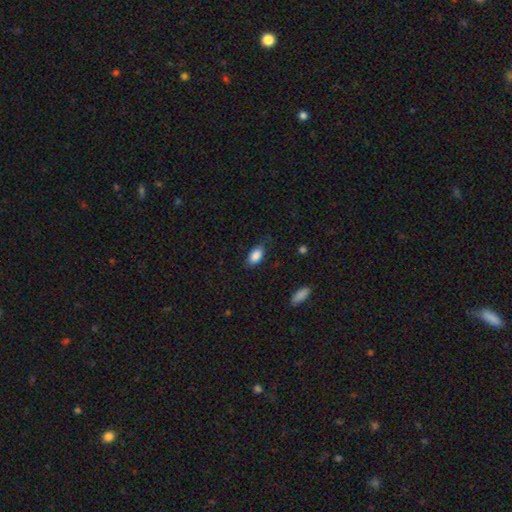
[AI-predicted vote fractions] Morphology: type=smooth (87%); roundness=in between (91%); merging=none (75%).